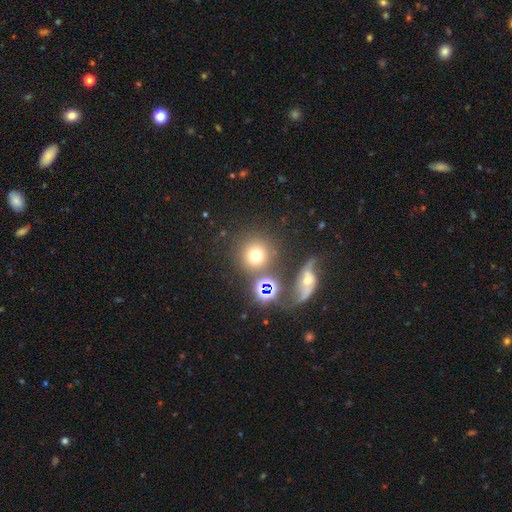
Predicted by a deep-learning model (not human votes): Q: Smooth or featured?
A: smooth (66%); runner-up: star or artifact (20%)
Q: How rounded?
A: round (91%); runner-up: in between (8%)
Q: Merging?
A: none (70%); runner-up: merger (13%)